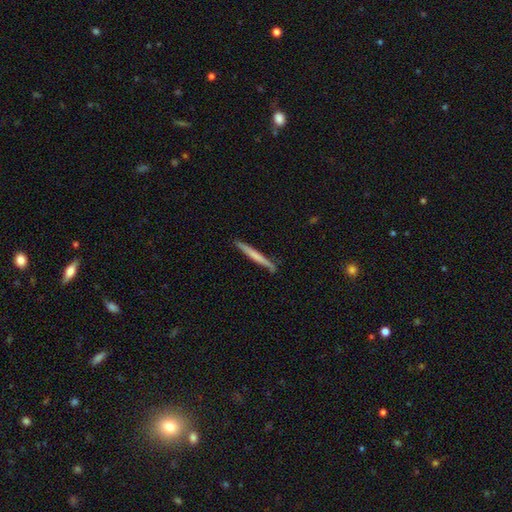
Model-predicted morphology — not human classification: smooth-or-featured: smooth: 57% | featured or disk: 38% | star or artifact: 5%
  how-rounded: cigar-shaped: 97% | in between: 2% | round: 1%
  merging: none: 88% | minor disturbance: 9% | major disturbance: 2% | merger: 1%